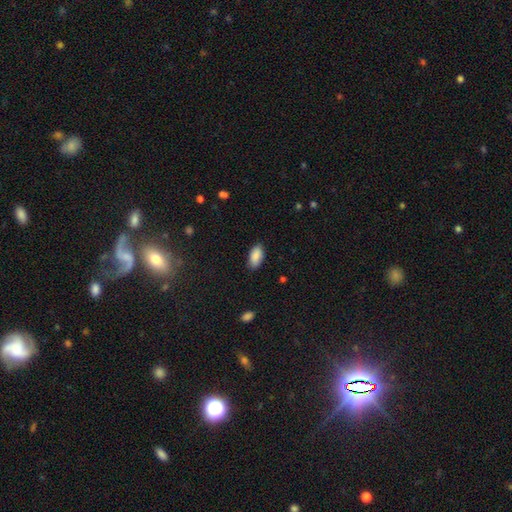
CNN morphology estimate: The model was most divided on "merging": none: 86%, minor disturbance: 10%, major disturbance: 2%, merger: 1%. More confident: how rounded — in between (93%); smooth or featured — smooth (89%).